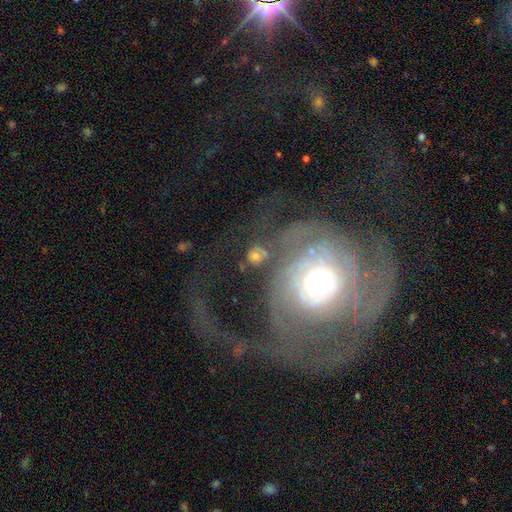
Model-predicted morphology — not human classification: smooth_or_featured: featured or disk (p=0.57) [alt: smooth p=0.31]
disk_edge_on: no (p=0.95) [alt: yes p=0.05]
bar: no (p=0.70) [alt: weak p=0.21]
has_spiral_arms: yes (p=0.74) [alt: no p=0.26]
bulge_size: moderate (p=0.55) [alt: large p=0.21]
merging: none (p=0.50) [alt: major disturbance p=0.25]